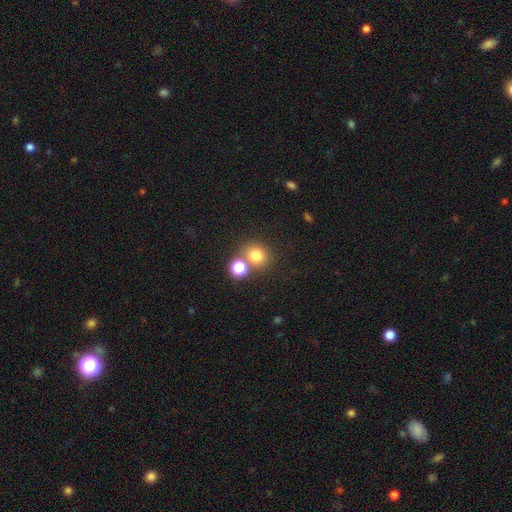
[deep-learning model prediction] Smooth or featured: smooth — 76% (star or artifact — 16%)
How rounded: round — 87% (in between — 12%)
Merging: none — 64% (merger — 25%)